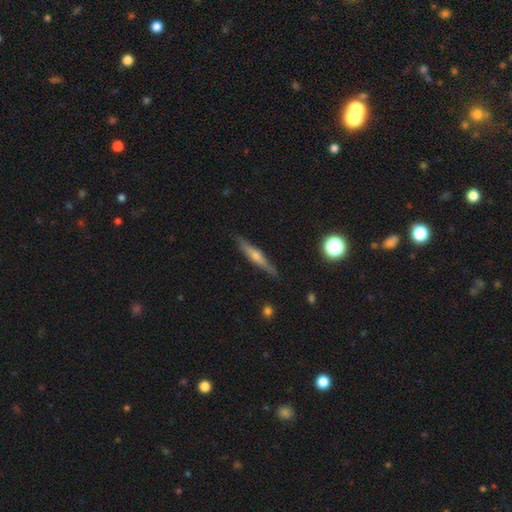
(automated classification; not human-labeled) This is likely a featured or disk galaxy (66%). It is clearly viewed edge-on (96%). Edge-on bulge: likely rounded (77%). Merging: clearly none (89%).